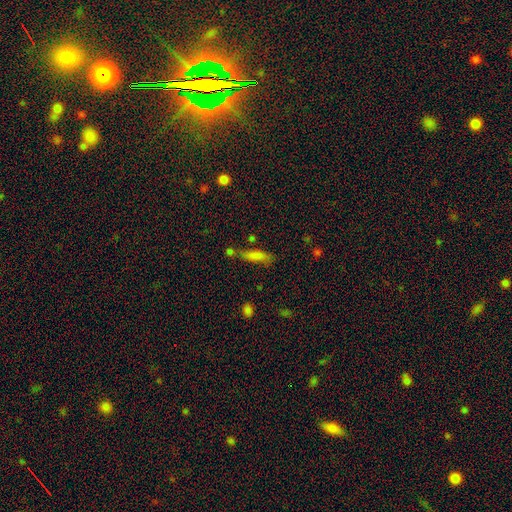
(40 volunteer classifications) Overall: smooth (82%). How rounded: cigar-shaped (61%; in between 39%). Merging: none (76%).